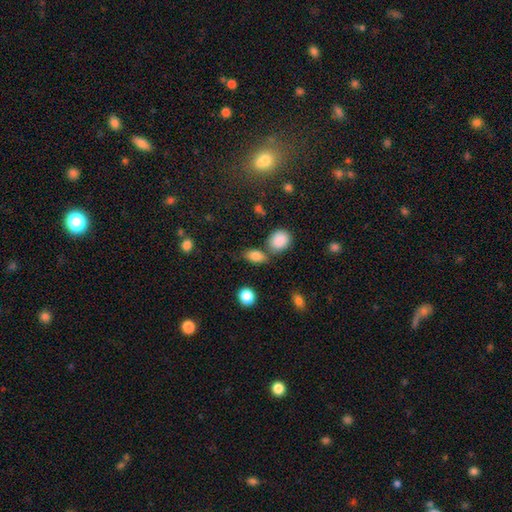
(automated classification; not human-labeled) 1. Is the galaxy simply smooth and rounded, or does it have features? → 83% smooth, 10% star or artifact, 8% featured or disk.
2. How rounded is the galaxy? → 82% in between, 13% round, 5% cigar-shaped.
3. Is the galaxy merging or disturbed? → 64% none, 17% merger, 14% minor disturbance, 4% major disturbance.